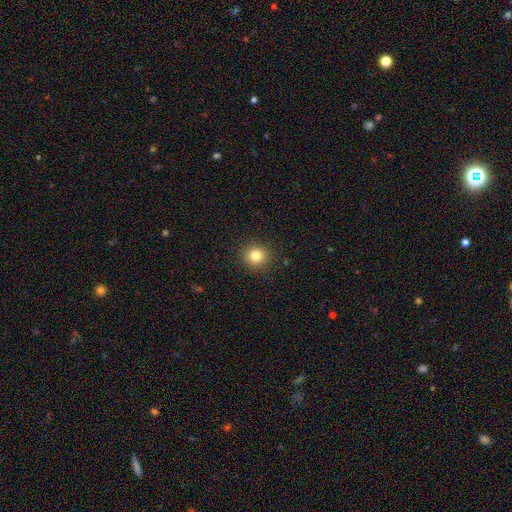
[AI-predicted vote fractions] Smooth or featured: smooth — 82% (star or artifact — 12%)
How rounded: round — 90% (in between — 9%)
Merging: none — 91% (minor disturbance — 6%)